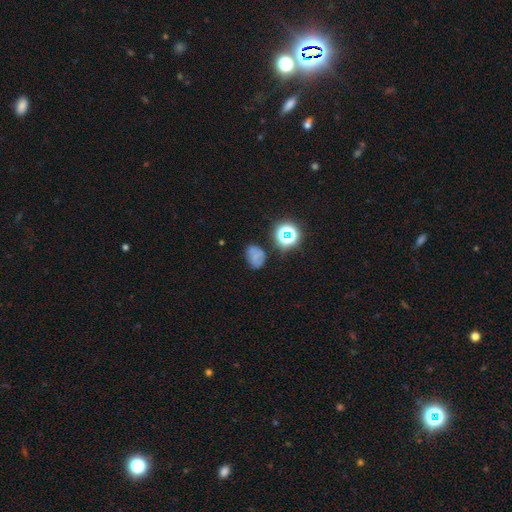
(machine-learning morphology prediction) Smooth or featured: smooth — 56% (featured or disk — 23%)
How rounded: in between — 62% (round — 37%)
Merging: none — 66% (minor disturbance — 22%)